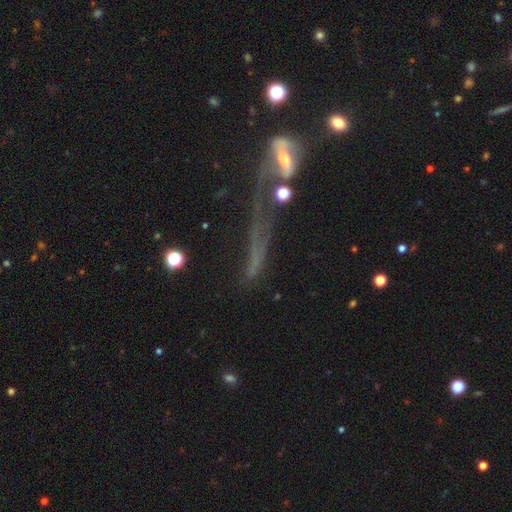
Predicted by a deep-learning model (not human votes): Smooth or featured: featured or disk — 46% (smooth — 33%)
Merging: major disturbance — 34% (merger — 29%)